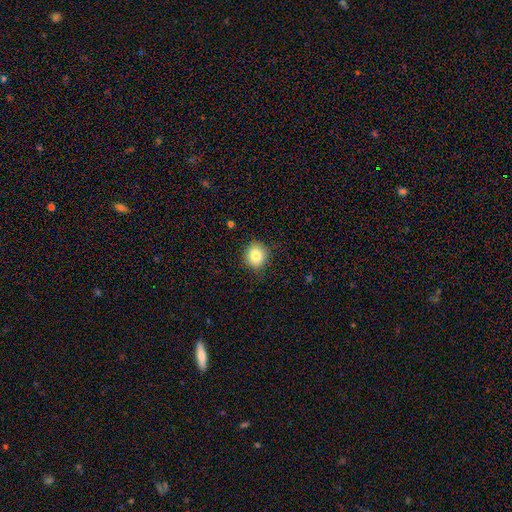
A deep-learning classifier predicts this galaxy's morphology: This is clearly a smooth galaxy (83%). How rounded: clearly round (81%). Merging: clearly none (86%).